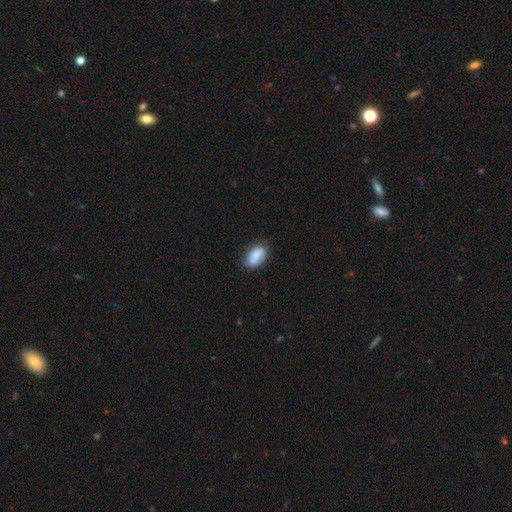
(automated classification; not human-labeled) Smooth or featured: smooth — 83% (featured or disk — 10%)
How rounded: in between — 91% (round — 6%)
Merging: none — 74% (minor disturbance — 20%)